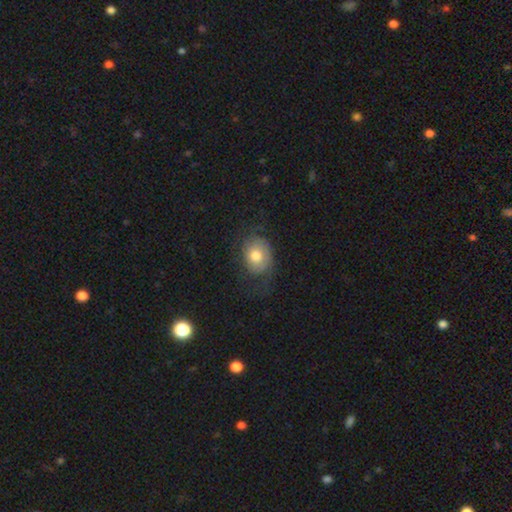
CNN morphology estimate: Overall: smooth (64%; featured or disk 28%). How rounded: in between (52%; round 47%). Merging: none (58%; minor disturbance 22%).